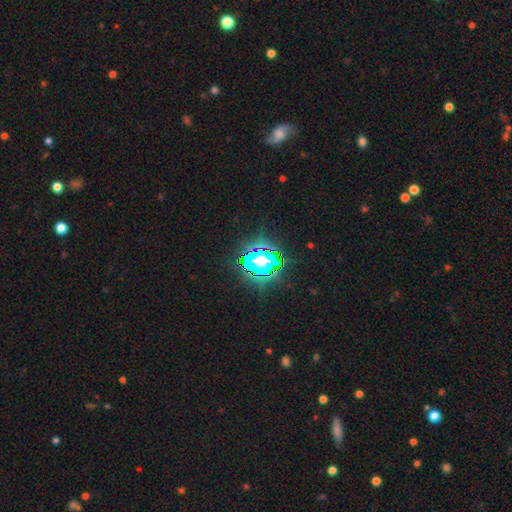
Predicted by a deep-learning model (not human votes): A star or artifact, not a galaxy (79%).